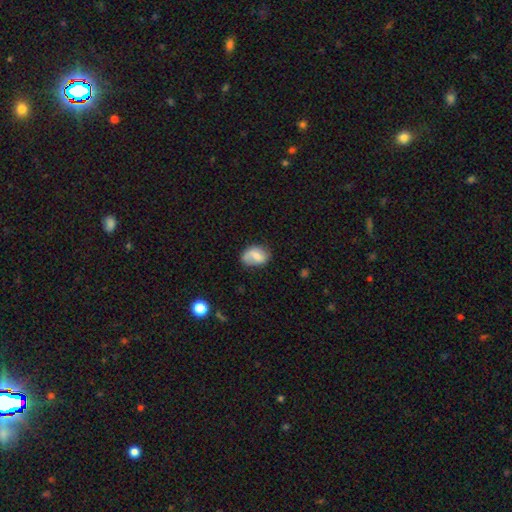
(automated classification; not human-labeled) Smooth or featured?
  - smooth: 61% *
  - featured or disk: 31%
  - star or artifact: 8%
How rounded?
  - in between: 77% *
  - round: 22%
  - cigar-shaped: 1%
Merging?
  - none: 56% *
  - minor disturbance: 29%
  - major disturbance: 12%
  - merger: 3%